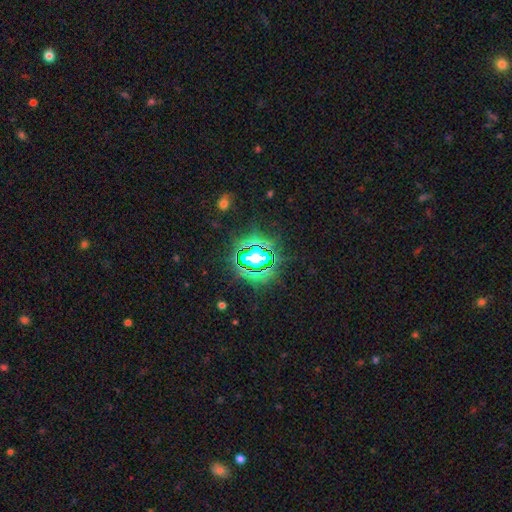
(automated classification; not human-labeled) This is likely a star or artifact rather than a galaxy (79%).